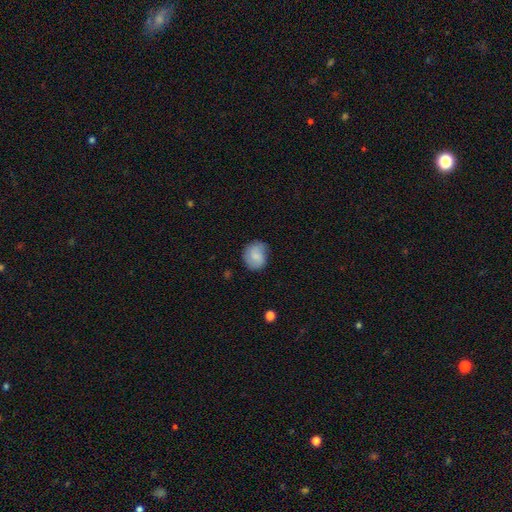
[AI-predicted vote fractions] smooth-or-featured: smooth: 71% | featured or disk: 21% | star or artifact: 8%
  how-rounded: round: 69% | in between: 30% | cigar-shaped: 1%
  merging: none: 67% | minor disturbance: 25% | major disturbance: 6% | merger: 2%